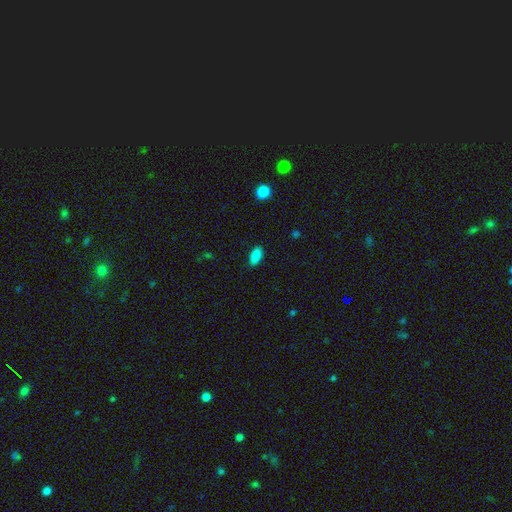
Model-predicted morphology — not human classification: This appears to be a smooth galaxy with no disk features (88%) that is in between round and cigar-shaped (91%). Merging: none (87%).